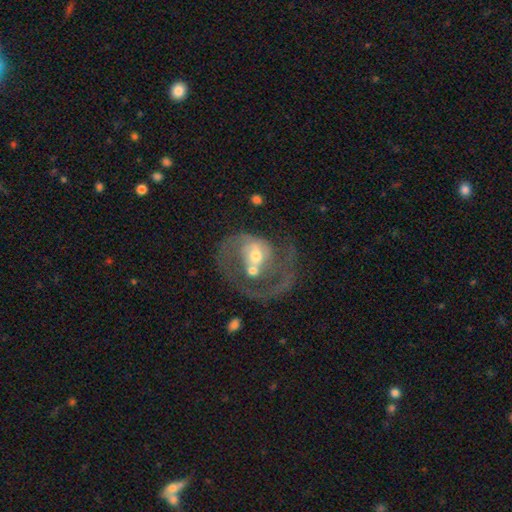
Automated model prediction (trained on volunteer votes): smooth_or_featured: featured or disk (p=0.73) [alt: smooth p=0.20]
disk_edge_on: no (p=0.97) [alt: yes p=0.03]
bar: no (p=0.60) [alt: weak p=0.30]
has_spiral_arms: yes (p=0.69) [alt: no p=0.31]
bulge_size: moderate (p=0.59) [alt: small p=0.30]
merging: merger (p=0.34) [alt: major disturbance p=0.29]